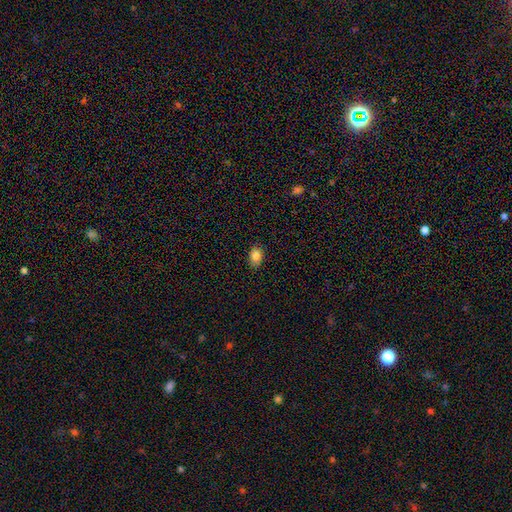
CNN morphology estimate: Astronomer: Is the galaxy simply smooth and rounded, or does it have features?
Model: smooth — 85%.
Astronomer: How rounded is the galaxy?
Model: in between — 80%.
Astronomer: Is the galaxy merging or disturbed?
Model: none — 85%.